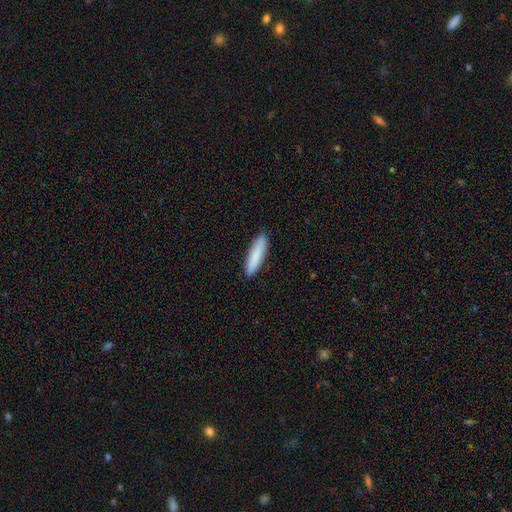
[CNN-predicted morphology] type=smooth (85%); roundness=cigar-shaped (80%); merging=none (90%).